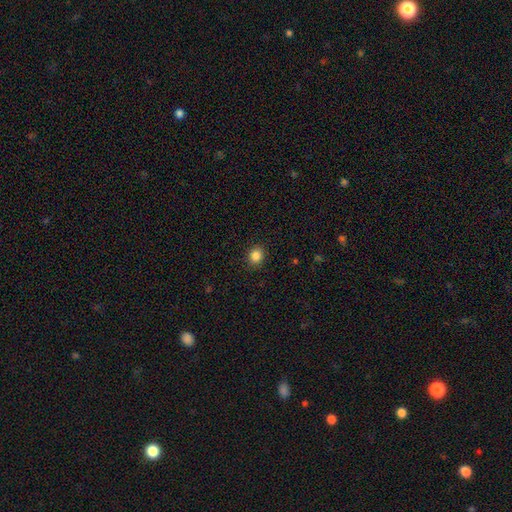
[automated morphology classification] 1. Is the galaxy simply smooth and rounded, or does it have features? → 86% smooth, 11% star or artifact, 4% featured or disk.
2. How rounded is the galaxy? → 77% round, 22% in between, 1% cigar-shaped.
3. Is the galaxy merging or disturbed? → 90% none, 7% minor disturbance, 2% major disturbance, 1% merger.